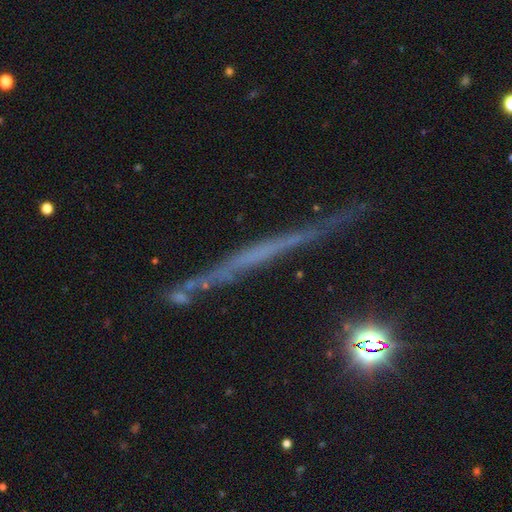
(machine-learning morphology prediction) smooth_or_featured: featured or disk (p=0.58) [alt: smooth p=0.24]
disk_edge_on: yes (p=0.94) [alt: no p=0.06]
edge_on_bulge: none (p=0.88) [alt: rounded p=0.07]
merging: none (p=0.83) [alt: minor disturbance p=0.11]